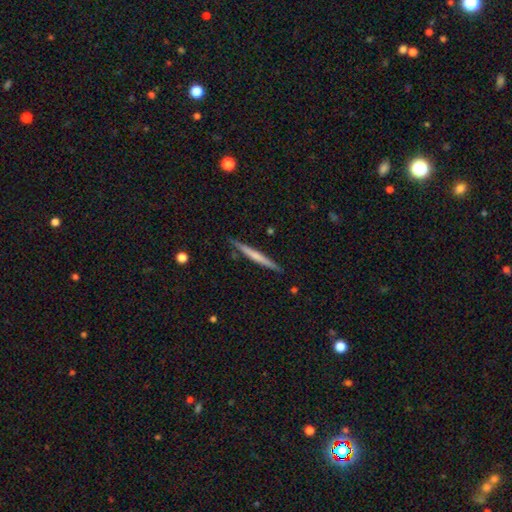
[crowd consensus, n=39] A featured or disk galaxy (51%) viewed edge-on (100%) with no central bulge (70%).

Vote fractions:
- Smooth or featured? featured or disk: 51% / smooth: 46% / star or artifact: 3%
- Edge-on disk? yes: 100% / no: 0%
- Edge-on bulge? none: 70% / rounded: 25% / boxy: 5%
- Merging? none: 87% / minor disturbance: 8% / major disturbance: 5% / merger: 0%